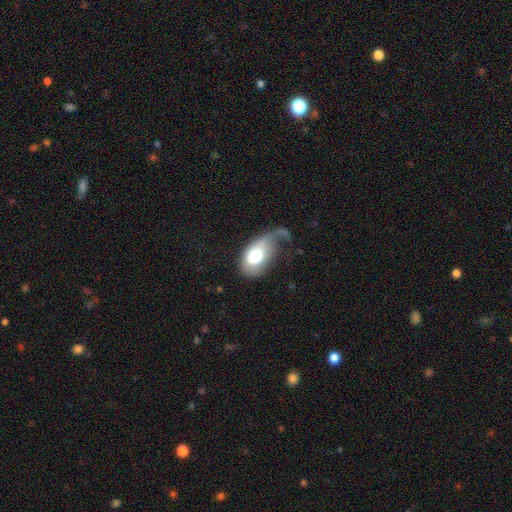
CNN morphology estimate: This is likely a smooth galaxy (68%). How rounded: clearly in between (87%). Merging: possibly major disturbance (45%).